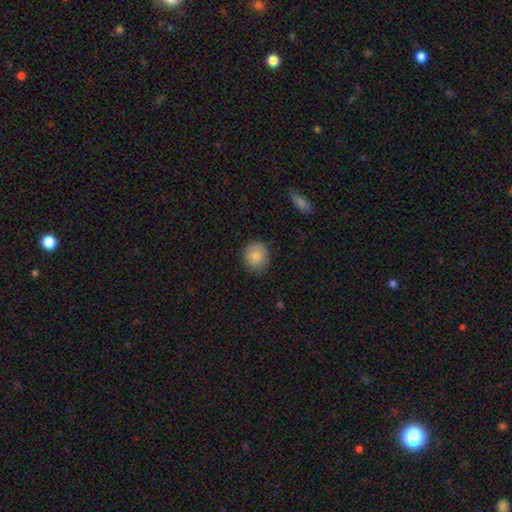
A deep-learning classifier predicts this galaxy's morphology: Smooth or featured? smooth (84%)
How rounded? round (80%)
Merging? none (79%)